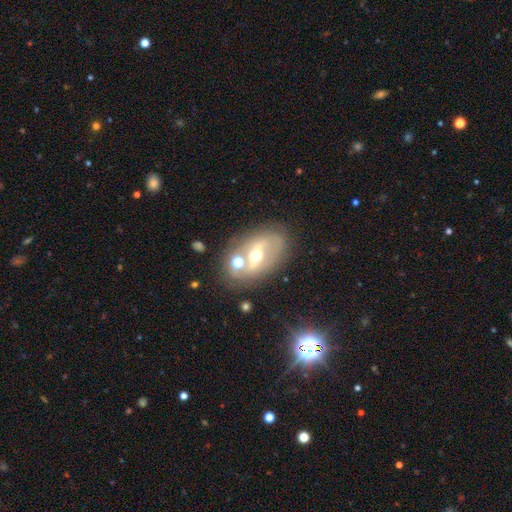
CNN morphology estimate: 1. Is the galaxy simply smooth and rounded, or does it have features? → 64% featured or disk, 25% smooth, 11% star or artifact.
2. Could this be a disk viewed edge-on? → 89% no, 11% yes.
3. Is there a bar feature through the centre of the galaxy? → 36% strong, 32% weak, 31% no.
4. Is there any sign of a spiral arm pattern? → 66% no, 34% yes.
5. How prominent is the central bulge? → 72% moderate, 18% small, 7% large, 1% dominant, 1% none.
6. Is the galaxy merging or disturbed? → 64% none, 16% minor disturbance, 12% merger, 8% major disturbance.